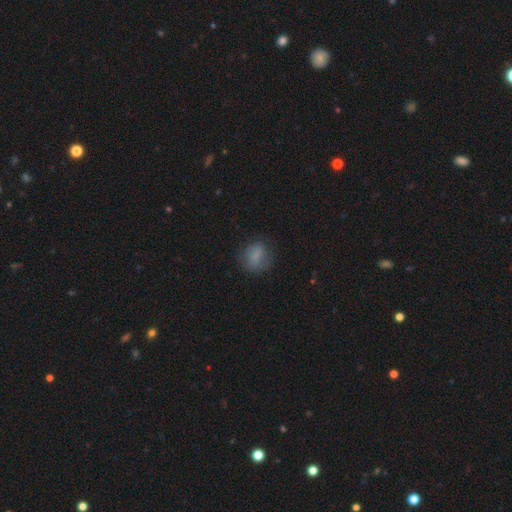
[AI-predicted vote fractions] The model was most divided on "how rounded": round: 55%, in between: 43%, cigar-shaped: 2%. More confident: smooth or featured — smooth (77%); merging — none (70%).